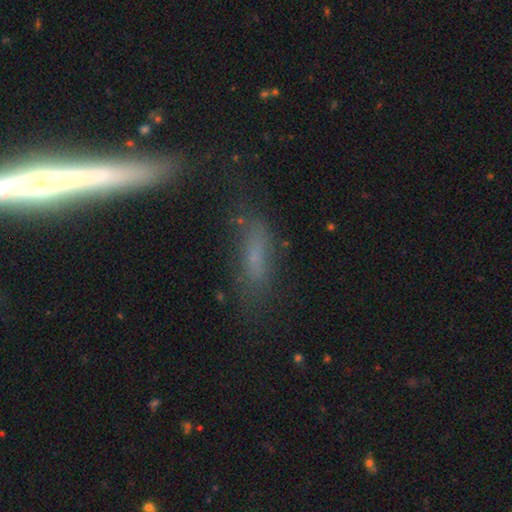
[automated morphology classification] Smooth or featured? Predicted: smooth (p=0.58). How rounded? Predicted: cigar-shaped (p=0.68). Merging? Predicted: none (p=0.58).